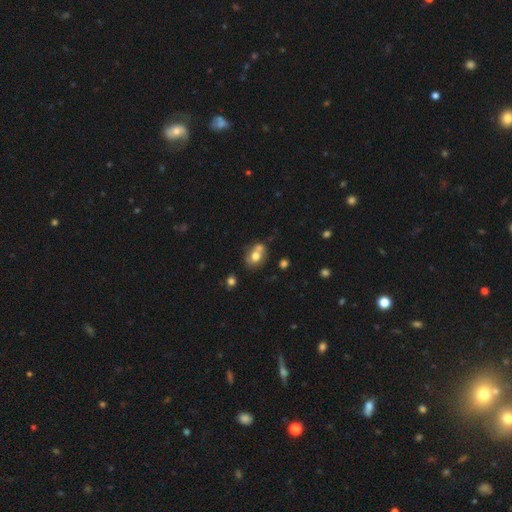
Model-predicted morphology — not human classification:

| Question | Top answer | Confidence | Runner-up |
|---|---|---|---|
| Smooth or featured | smooth | 70% | featured or disk (19%) |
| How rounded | round | 59% | in between (40%) |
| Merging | merger | 44% | none (40%) |